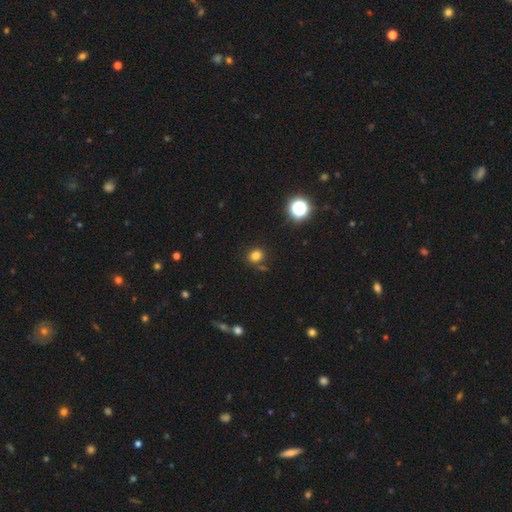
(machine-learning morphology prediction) type=smooth (79%); roundness=round (65%); merging=none (79%).